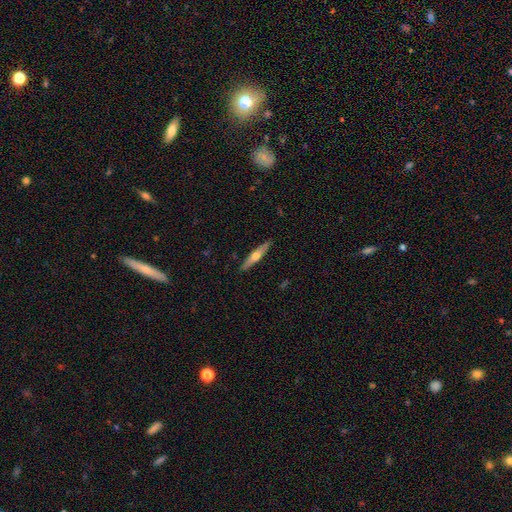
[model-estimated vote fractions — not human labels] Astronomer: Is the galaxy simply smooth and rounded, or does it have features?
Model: featured or disk — 54% (runner-up: smooth, 40%).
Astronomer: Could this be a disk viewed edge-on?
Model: yes — 96%.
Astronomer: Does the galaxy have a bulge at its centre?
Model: rounded — 90%.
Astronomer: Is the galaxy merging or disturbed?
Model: none — 91%.